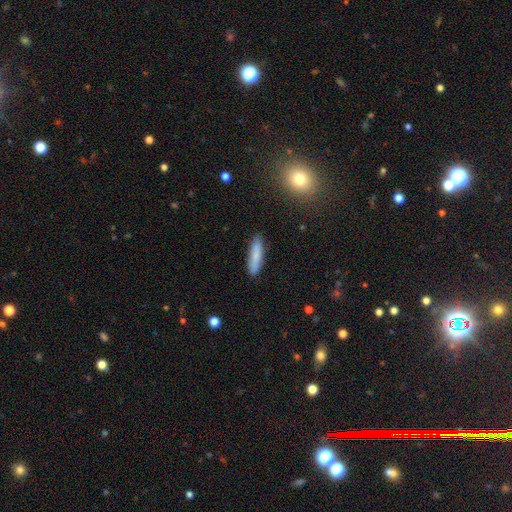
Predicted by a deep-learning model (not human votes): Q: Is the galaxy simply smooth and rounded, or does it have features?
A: smooth — 80%.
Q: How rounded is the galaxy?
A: cigar-shaped — 77%.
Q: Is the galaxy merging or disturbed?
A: none — 87%.